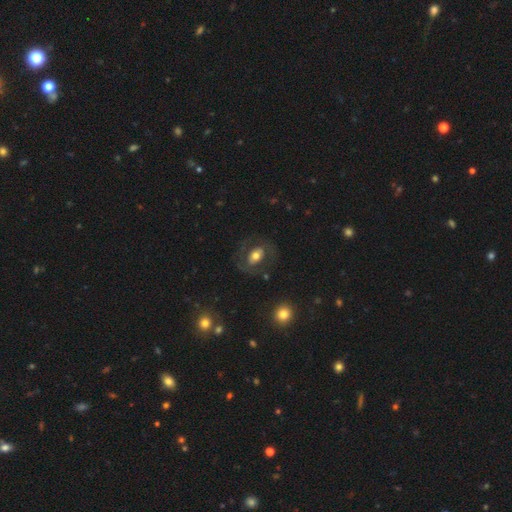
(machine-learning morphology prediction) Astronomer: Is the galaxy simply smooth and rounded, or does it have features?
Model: featured or disk — 46%, tied with smooth at 46%.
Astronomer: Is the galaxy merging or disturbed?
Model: none — 69%.